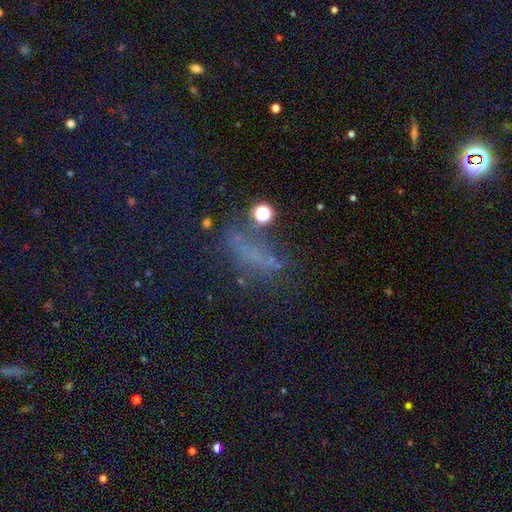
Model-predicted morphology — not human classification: A star or artifact, not a galaxy (41%, tied with smooth).

Vote fractions:
- Smooth or featured? star or artifact: 41% (tied) / smooth: 41% (tied) / featured or disk: 18%